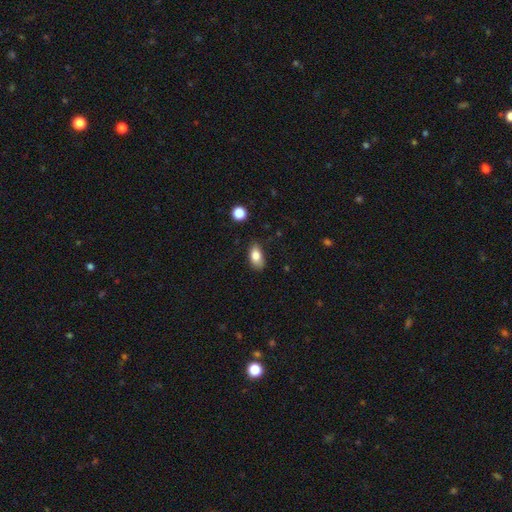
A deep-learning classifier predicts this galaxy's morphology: This is clearly a smooth galaxy (81%). How rounded: clearly in between (89%). Merging: likely none (76%).